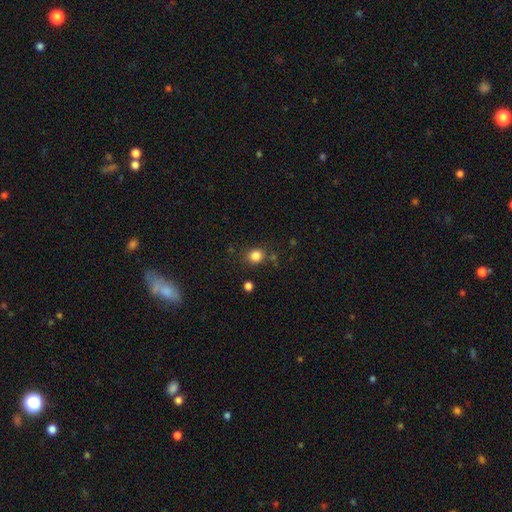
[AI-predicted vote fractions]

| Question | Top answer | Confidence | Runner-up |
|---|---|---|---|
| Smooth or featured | smooth | 83% | star or artifact (12%) |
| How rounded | round | 74% | in between (25%) |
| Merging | none | 80% | minor disturbance (12%) |